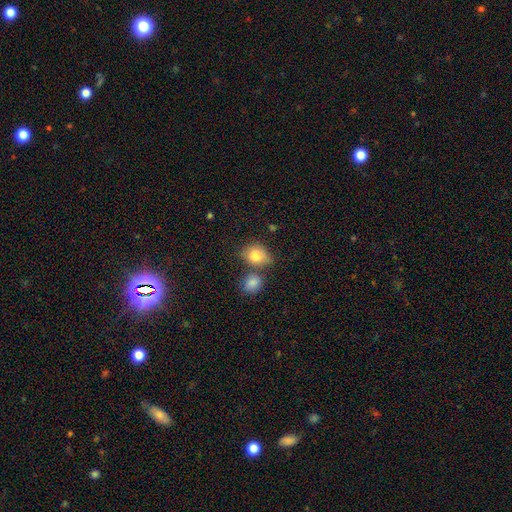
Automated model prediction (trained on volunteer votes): Morphology: type=smooth (82%); roundness=in between (54%); merging=none (50%).